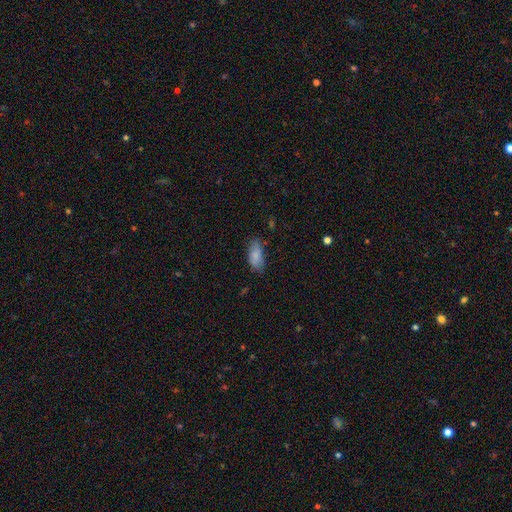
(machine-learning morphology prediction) The model was most divided on "merging": none: 72%, minor disturbance: 22%, major disturbance: 5%, merger: 2%. More confident: how rounded — in between (87%); smooth or featured — smooth (85%).